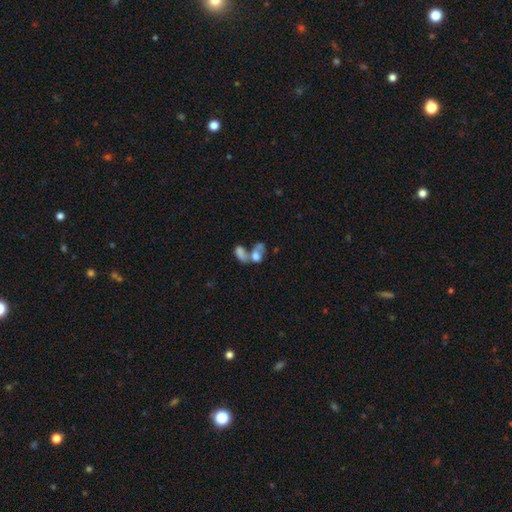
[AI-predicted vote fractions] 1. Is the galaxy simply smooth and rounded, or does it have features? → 59% smooth, 29% featured or disk, 12% star or artifact.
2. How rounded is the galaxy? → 74% in between, 24% round, 3% cigar-shaped.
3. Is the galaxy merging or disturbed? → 68% merger, 13% none, 13% major disturbance, 7% minor disturbance.